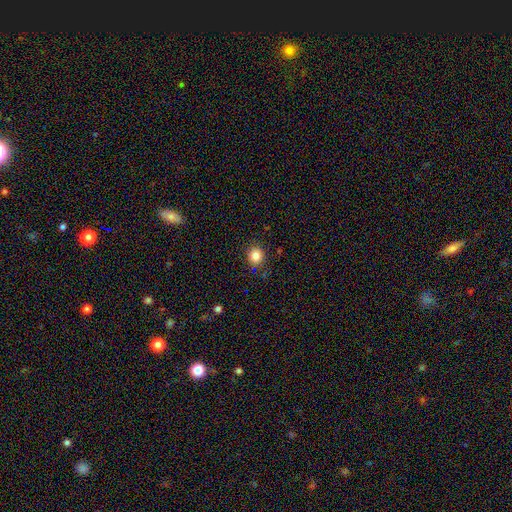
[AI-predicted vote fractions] This appears to be a smooth galaxy with no disk features (84%) that is round (84%). Merging: none (88%).